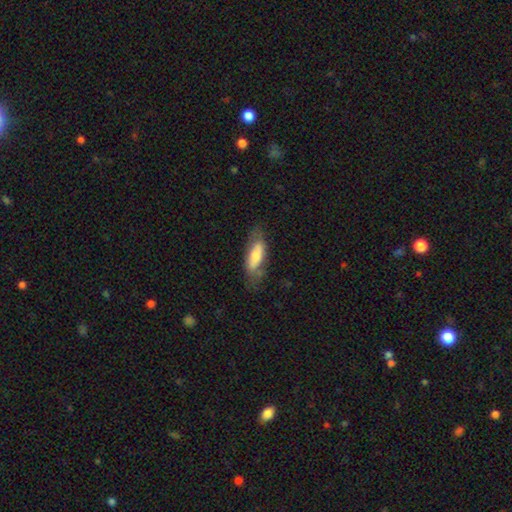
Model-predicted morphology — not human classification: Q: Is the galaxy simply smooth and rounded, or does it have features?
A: smooth — 64%.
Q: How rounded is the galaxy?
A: in between — 65%.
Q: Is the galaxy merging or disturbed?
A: none — 62%.